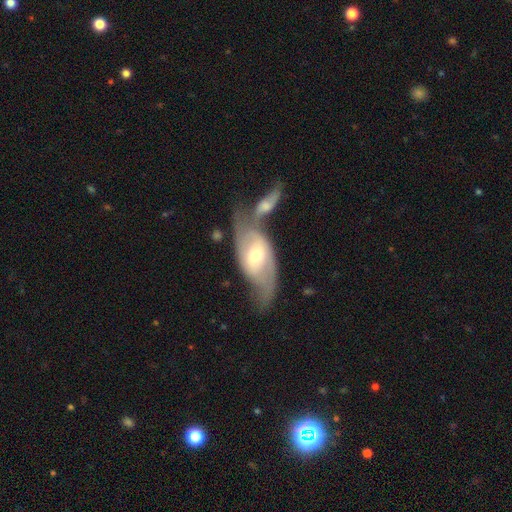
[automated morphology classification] The model was most divided on "bar": weak: 41%, no: 39%, strong: 20%. Remaining: edge-on disk — no (89%); spiral arms — yes (81%); spiral arm count — 2 (81%); smooth or featured — featured or disk (71%); bulge size — moderate (58%); merging — merger (46%); spiral winding — loose (45%).